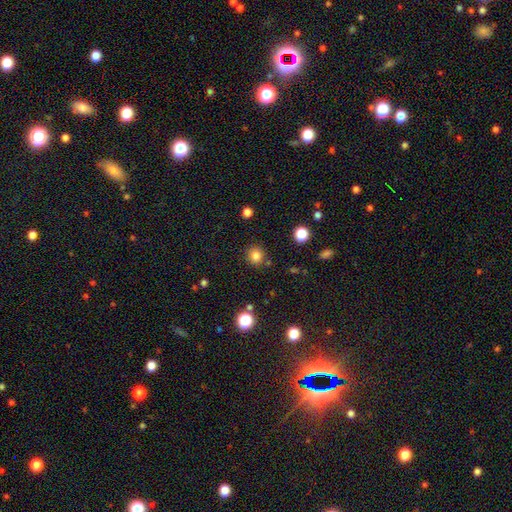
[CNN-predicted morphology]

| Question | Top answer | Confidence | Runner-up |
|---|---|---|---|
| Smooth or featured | smooth | 82% | star or artifact (13%) |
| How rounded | round | 90% | in between (9%) |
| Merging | none | 86% | minor disturbance (7%) |